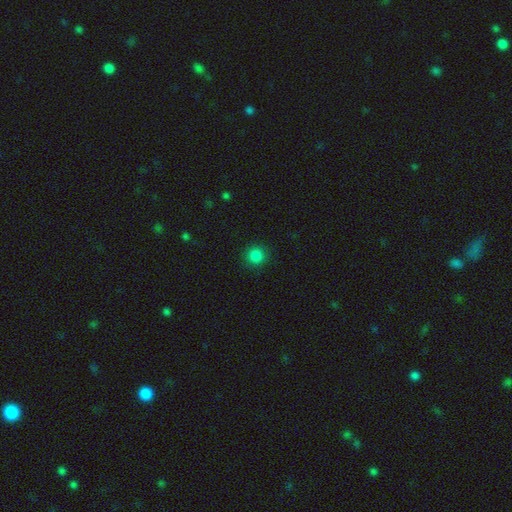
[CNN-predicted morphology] smooth_or_featured: smooth (p=0.84) [alt: star or artifact p=0.12]
how_rounded: round (p=0.94) [alt: in between p=0.05]
merging: none (p=0.91) [alt: minor disturbance p=0.06]